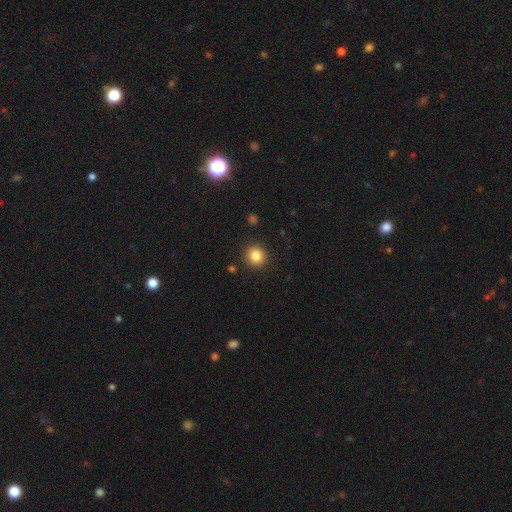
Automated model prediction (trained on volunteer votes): The model was most divided on "smooth or featured": smooth: 84%, star or artifact: 11%, featured or disk: 5%. More confident: how rounded — round (91%); merging — none (91%).